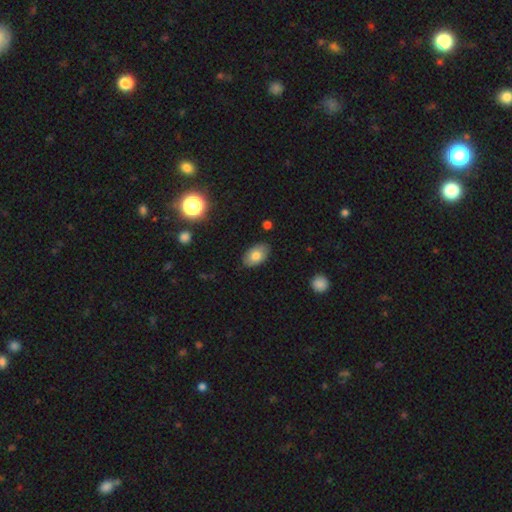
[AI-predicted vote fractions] Morphology: type=smooth (76%); roundness=in between (91%); merging=none (84%).